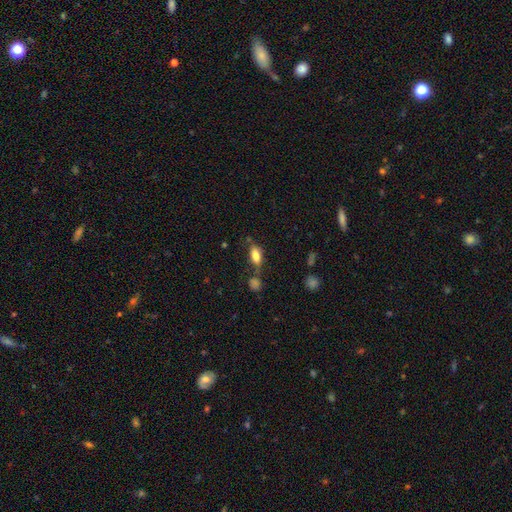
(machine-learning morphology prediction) The model was most divided on "merging": none: 61%, minor disturbance: 19%, merger: 12%, major disturbance: 8%. More confident: how rounded — in between (83%); smooth or featured — smooth (76%).